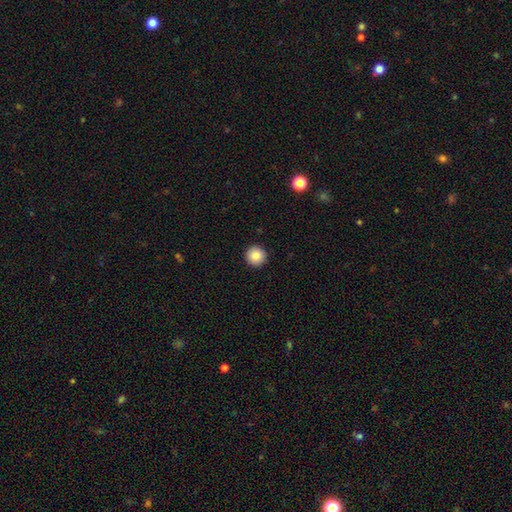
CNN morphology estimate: smooth-or-featured: smooth: 85% | star or artifact: 9% | featured or disk: 6%
  how-rounded: round: 96% | in between: 3% | cigar-shaped: 1%
  merging: none: 93% | minor disturbance: 4% | major disturbance: 1% | merger: 1%